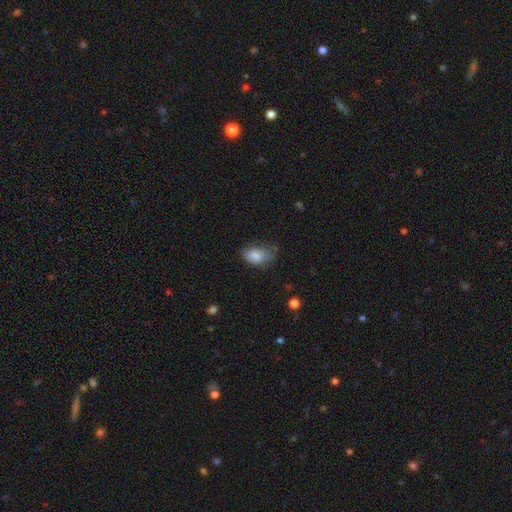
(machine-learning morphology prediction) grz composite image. It shows a smooth galaxy with no disk features (81%) that is in between round and cigar-shaped (87%). Merging: none (54%).